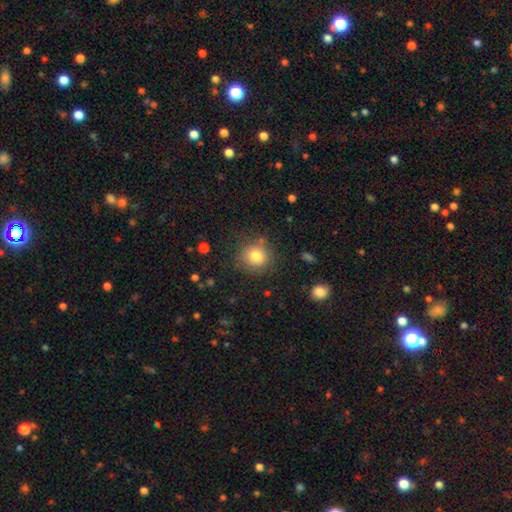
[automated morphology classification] smooth 80%, star or artifact 11%, featured or disk 9%. Down the decision tree: how rounded — round (90%); merging — none (82%).